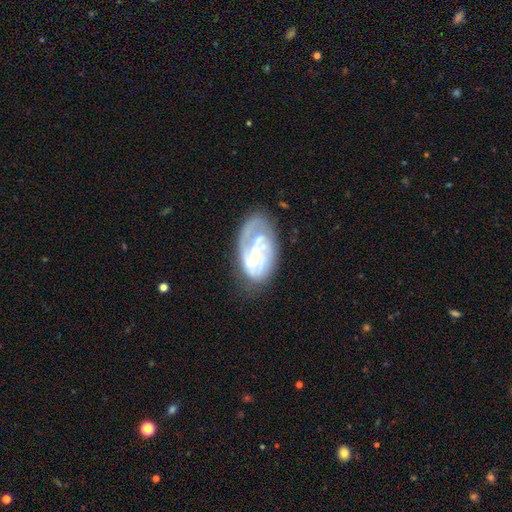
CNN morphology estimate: Overall: featured or disk (76%). Edge-on disk: no (97%). Bar: no (44%; weak 38%). Spiral arms: yes (85%). Spiral arm count: 2 (35%; can't tell 29%). Spiral winding: tight (51%; medium 35%). Bulge size: small (41%; none 36%). Merging: none (56%; minor disturbance 23%).